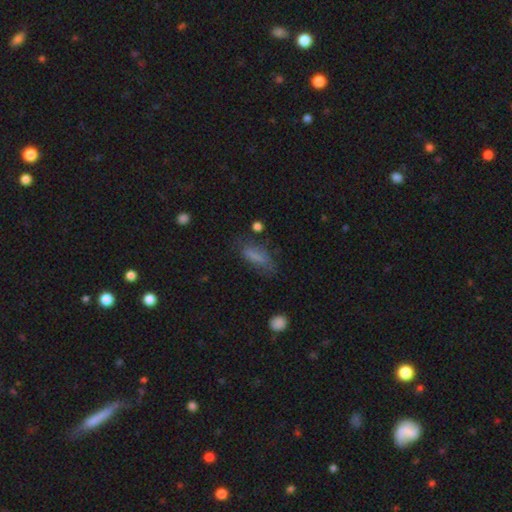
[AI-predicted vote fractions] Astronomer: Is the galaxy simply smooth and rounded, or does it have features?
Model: smooth — 71%.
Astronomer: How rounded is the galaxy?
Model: in between — 63%.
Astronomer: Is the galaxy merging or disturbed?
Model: none — 57%.